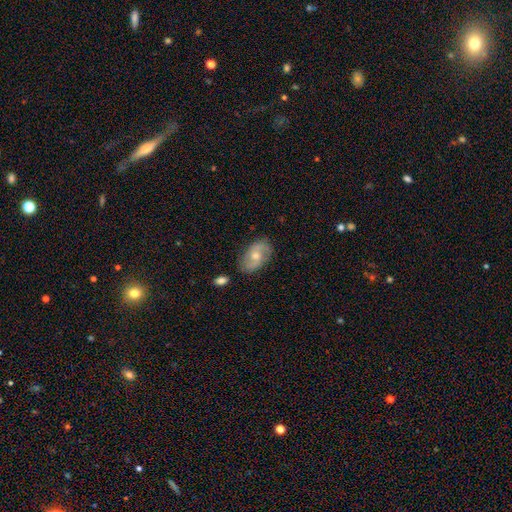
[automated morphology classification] A featured or disk galaxy (59%) with no bar (60%), spiral arms (80%) and a moderate central bulge (65%). Merging: none (78%).